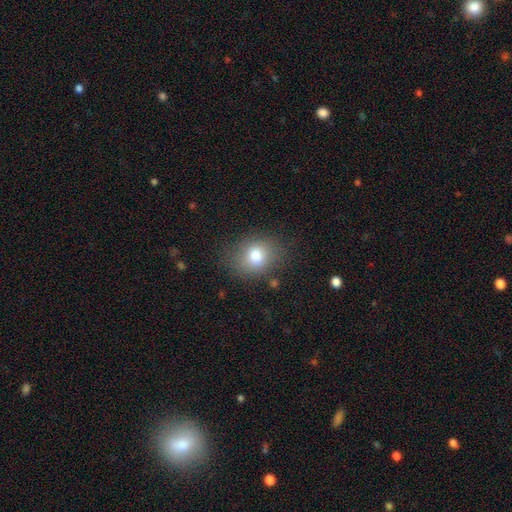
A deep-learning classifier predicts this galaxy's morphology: type=smooth (78%); roundness=round (58%); merging=none (79%).